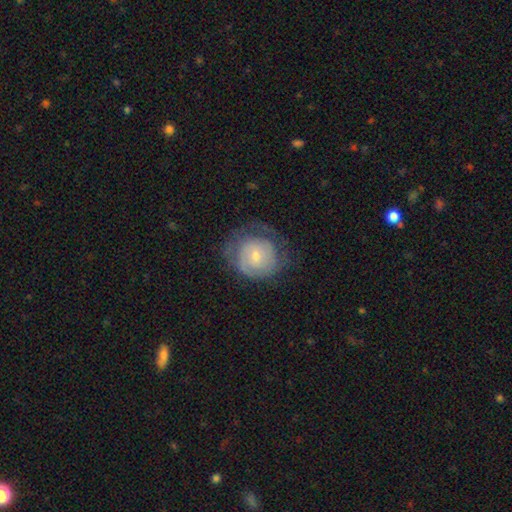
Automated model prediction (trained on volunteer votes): This appears to be a featured or disk galaxy (61%) with no bar (76%), spiral arms (77%) and a small central bulge (60%). Merging: none (59%).